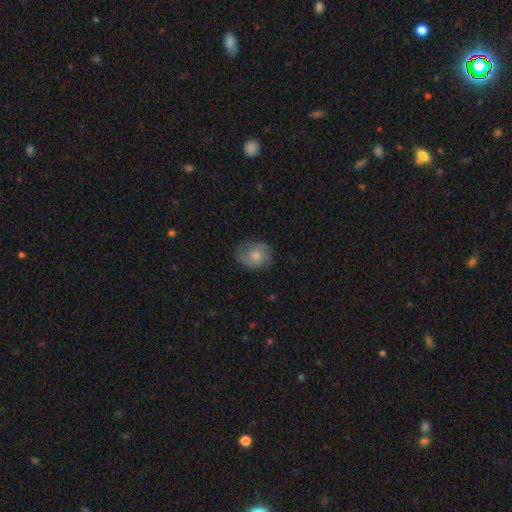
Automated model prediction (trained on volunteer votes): Q: Smooth or featured?
A: smooth (58%); runner-up: featured or disk (35%)
Q: How rounded?
A: round (52%); runner-up: in between (47%)
Q: Merging?
A: none (70%); runner-up: minor disturbance (21%)